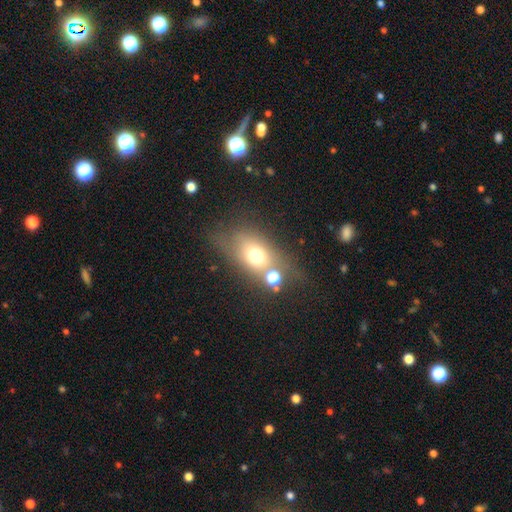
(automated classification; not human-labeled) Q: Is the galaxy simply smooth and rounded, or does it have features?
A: smooth — 62%.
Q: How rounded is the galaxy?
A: in between — 63%.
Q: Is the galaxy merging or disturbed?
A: none — 54%.